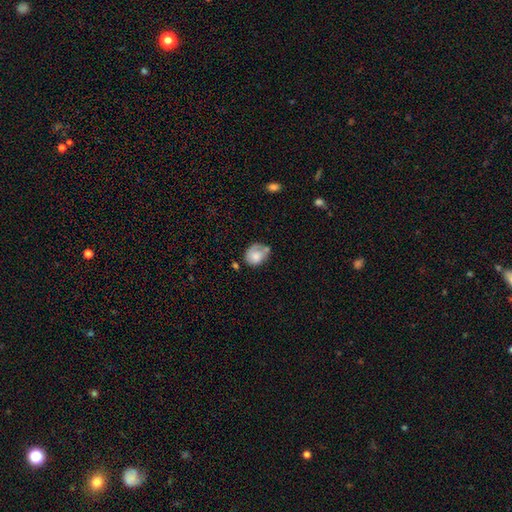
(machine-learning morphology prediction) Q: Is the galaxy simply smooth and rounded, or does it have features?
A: smooth — 61%.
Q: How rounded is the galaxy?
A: in between — 51%.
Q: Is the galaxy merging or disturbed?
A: none — 39%.